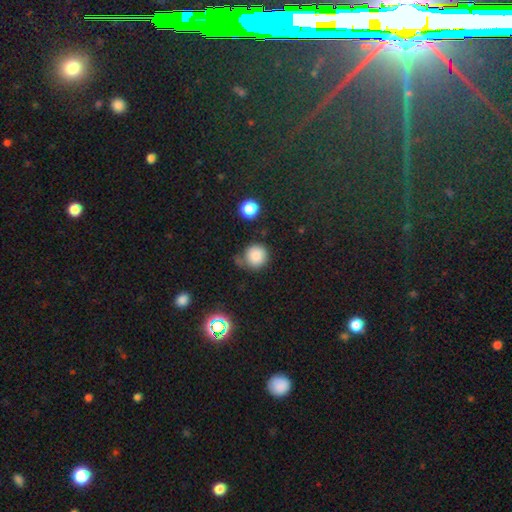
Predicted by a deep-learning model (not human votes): Morphology: type=smooth (83%); roundness=round (91%); merging=none (63%).